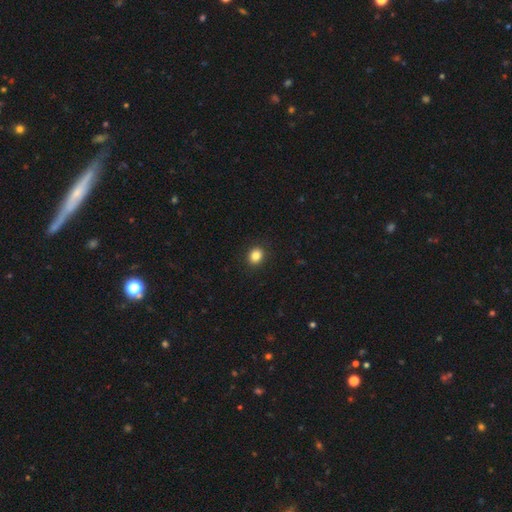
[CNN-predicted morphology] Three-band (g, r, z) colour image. It shows a smooth galaxy with no disk features (85%) that is round (67%). Merging: none (91%).